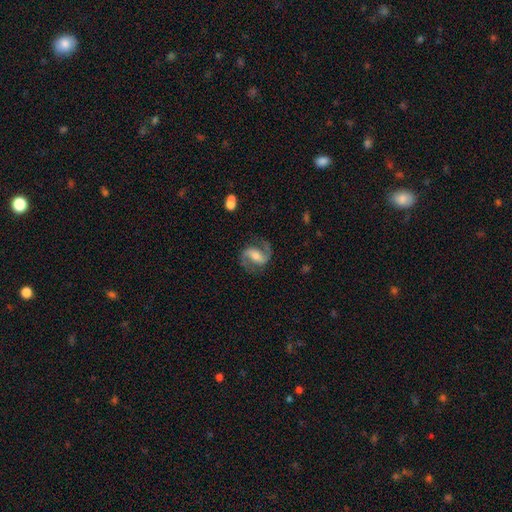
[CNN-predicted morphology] Smooth or featured? featured or disk (87%)
Edge-on disk? no (97%)
Bar? strong (41%)
Spiral arms? yes (96%)
Spiral winding? medium (55%)
Spiral arm count? 2 (93%)
Bulge size? moderate (52%)
Merging? none (79%)